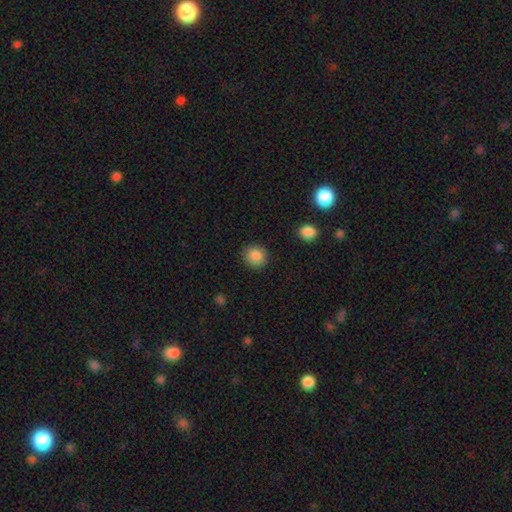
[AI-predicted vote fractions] Overall: smooth (86%). How rounded: round (88%). Merging: none (90%).